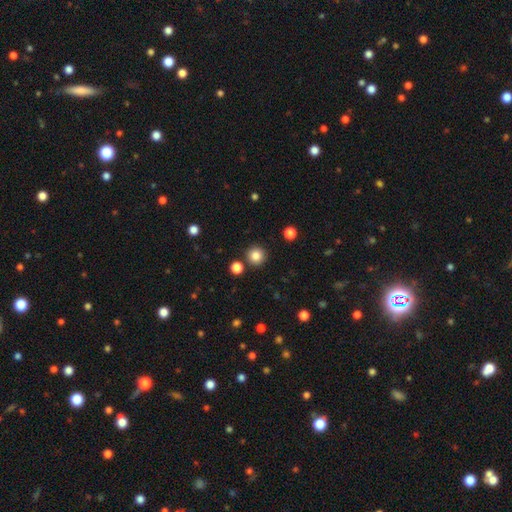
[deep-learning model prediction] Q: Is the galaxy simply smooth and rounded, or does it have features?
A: smooth — 84%.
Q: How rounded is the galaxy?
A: round — 95%.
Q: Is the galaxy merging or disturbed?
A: none — 89%.